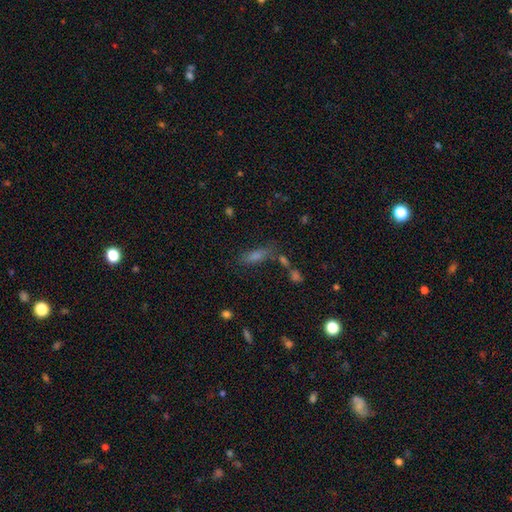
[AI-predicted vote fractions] Smooth or featured?
  - smooth: 57% *
  - star or artifact: 25%
  - featured or disk: 18%
How rounded?
  - in between: 48% *
  - cigar-shaped: 47%
  - round: 5%
Merging?
  - none: 66% *
  - minor disturbance: 15%
  - merger: 12%
  - major disturbance: 7%